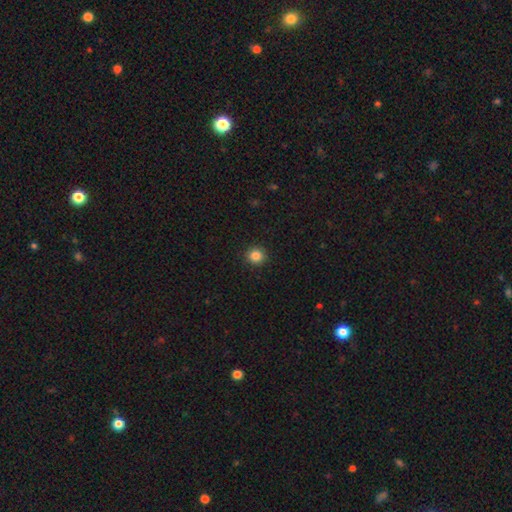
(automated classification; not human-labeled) Smooth or featured: smooth — 85% (star or artifact — 11%)
How rounded: round — 92% (in between — 7%)
Merging: none — 92% (minor disturbance — 5%)